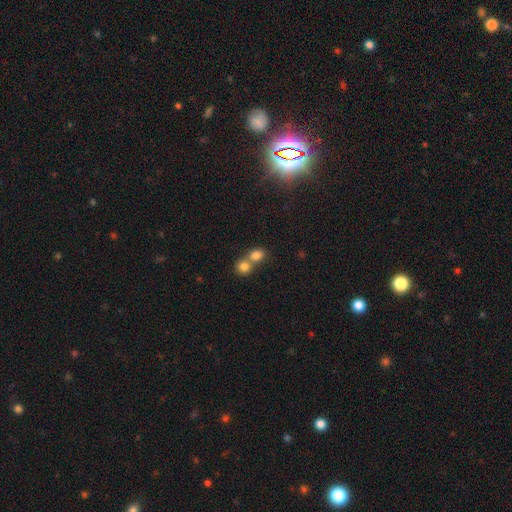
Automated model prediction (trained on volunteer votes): smooth_or_featured: smooth (p=0.81) [alt: star or artifact p=0.11]
how_rounded: round (p=0.65) [alt: in between p=0.34]
merging: merger (p=0.60) [alt: none p=0.32]